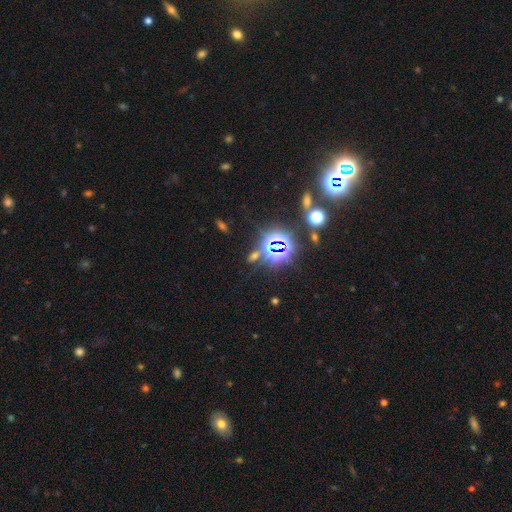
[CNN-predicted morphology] smooth-or-featured: star or artifact: 69% | smooth: 23% | featured or disk: 9%